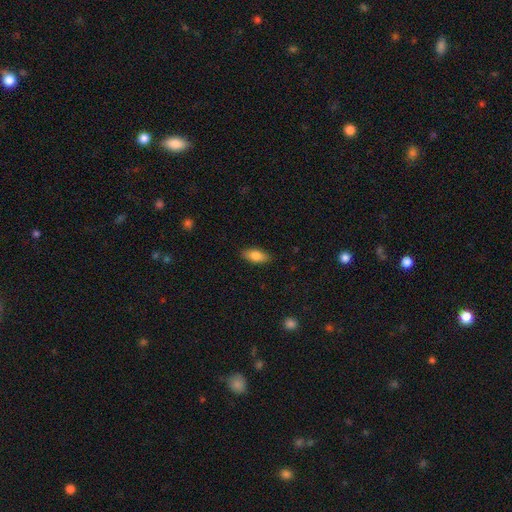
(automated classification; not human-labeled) This is clearly a smooth galaxy (80%). How rounded: clearly in between (83%). Merging: clearly none (88%).